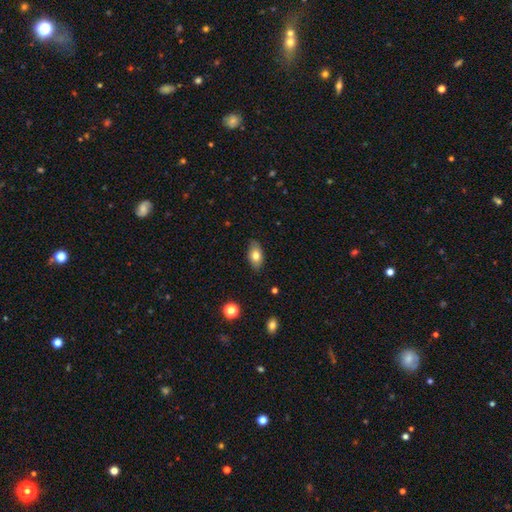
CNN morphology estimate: Smooth or featured? Predicted: smooth (p=0.76). How rounded? Predicted: in between (p=0.89). Merging? Predicted: none (p=0.84).